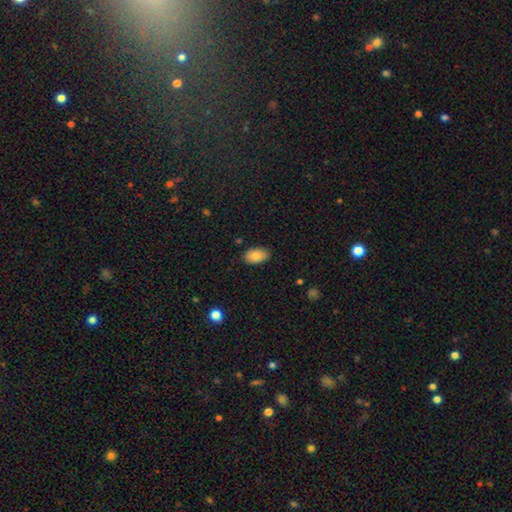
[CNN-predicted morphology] smooth_or_featured: smooth (p=0.85) [alt: featured or disk p=0.07]
how_rounded: in between (p=0.92) [alt: round p=0.06]
merging: none (p=0.84) [alt: minor disturbance p=0.13]